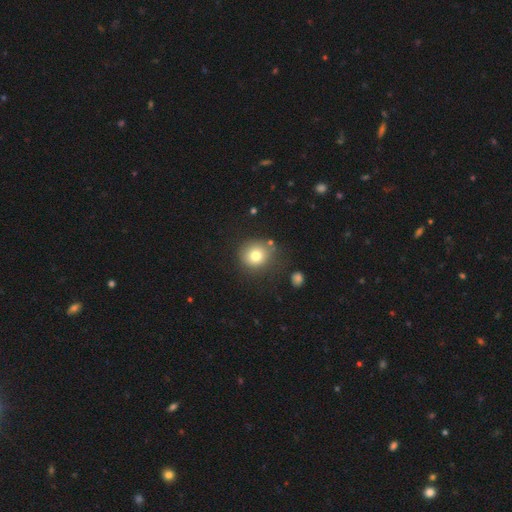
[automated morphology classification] smooth_or_featured: smooth (p=0.77) [alt: star or artifact p=0.12]
how_rounded: round (p=0.88) [alt: in between p=0.11]
merging: none (p=0.76) [alt: minor disturbance p=0.14]